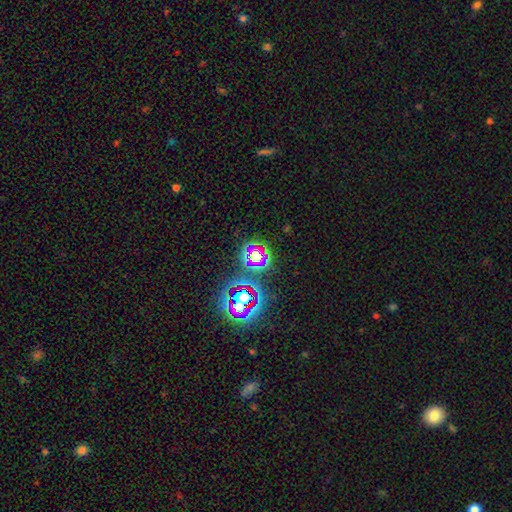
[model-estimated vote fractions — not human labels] smooth_or_featured: star or artifact (p=0.69) [alt: smooth p=0.16]